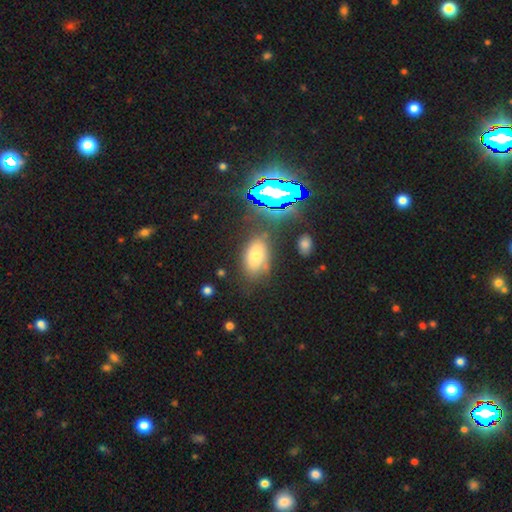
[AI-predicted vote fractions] Morphology: type=smooth (57%); roundness=in between (89%); merging=none (72%).